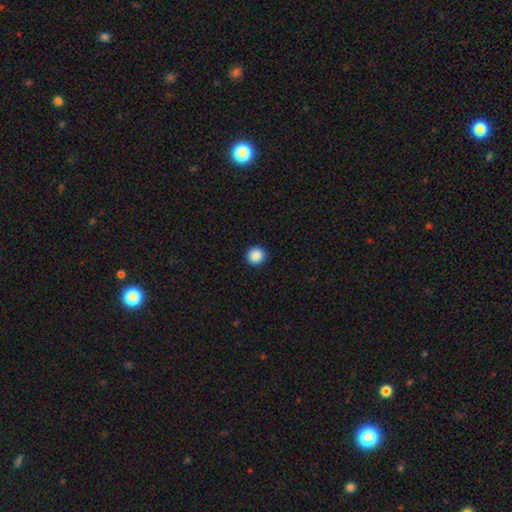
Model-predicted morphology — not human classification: Smooth or featured?
  - smooth: 89% *
  - star or artifact: 9%
  - featured or disk: 2%
How rounded?
  - round: 95% *
  - in between: 4%
  - cigar-shaped: 1%
Merging?
  - none: 93% *
  - minor disturbance: 5%
  - major disturbance: 2%
  - merger: 1%